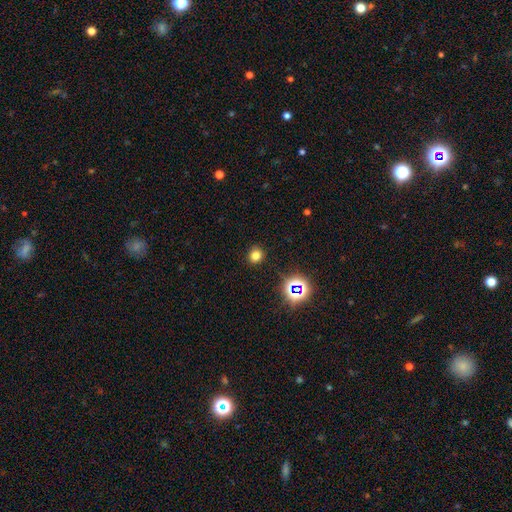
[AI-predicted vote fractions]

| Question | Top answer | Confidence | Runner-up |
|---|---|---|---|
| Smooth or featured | smooth | 73% | star or artifact (21%) |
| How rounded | round | 84% | in between (15%) |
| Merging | none | 89% | minor disturbance (7%) |